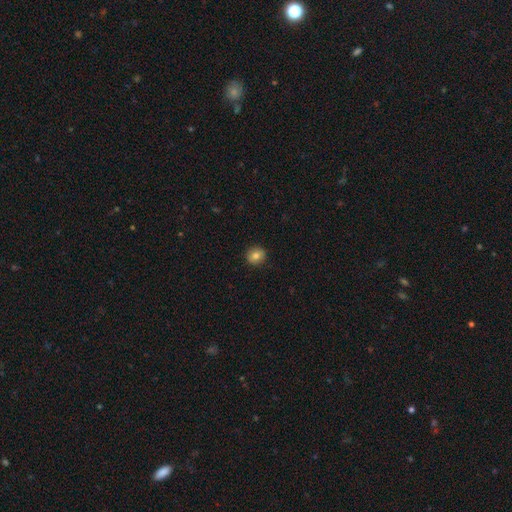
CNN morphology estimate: The model was most divided on "smooth or featured": smooth: 80%, featured or disk: 11%, star or artifact: 10%. More confident: merging — none (90%); how rounded — round (87%).